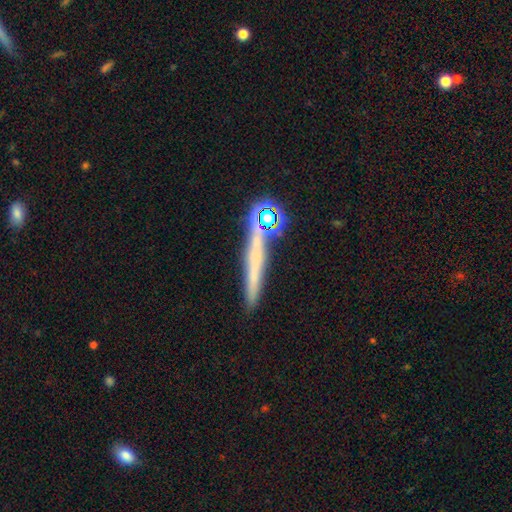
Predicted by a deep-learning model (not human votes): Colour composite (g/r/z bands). It shows a smooth galaxy with no disk features (46%). Merging: none (75%).